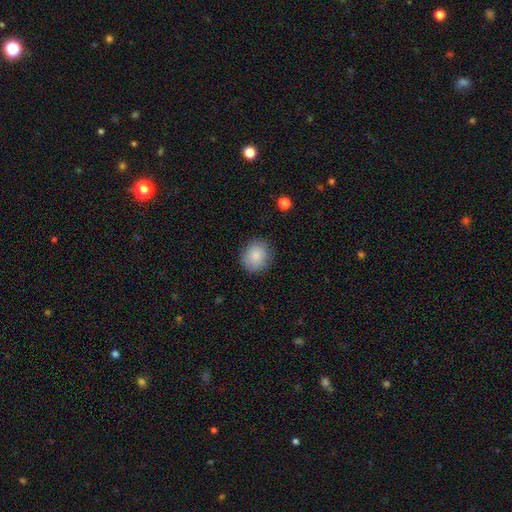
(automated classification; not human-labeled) smooth 86%, star or artifact 8%, featured or disk 7%. Down the decision tree: how rounded — round (78%); merging — none (86%).